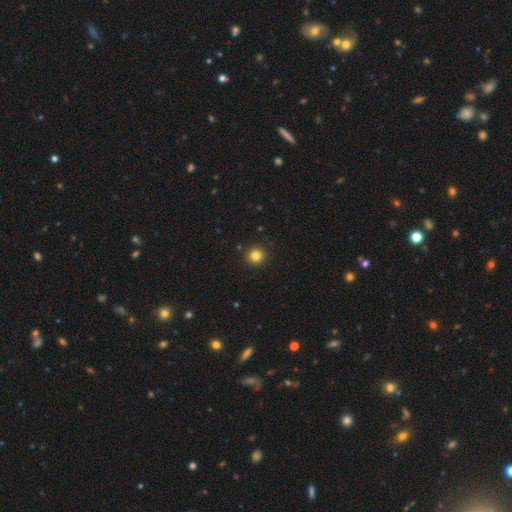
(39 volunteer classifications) smooth 85%, featured or disk 10%, star or artifact 5%. Down the decision tree: how rounded — round (100%); merging — none (100%).